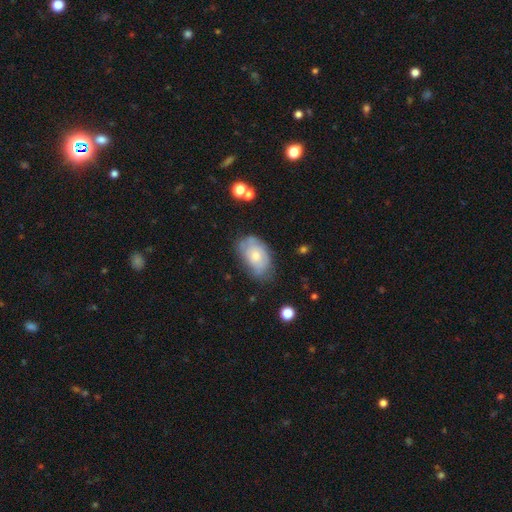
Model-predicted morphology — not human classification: Smooth or featured? Predicted: smooth (p=0.49). Merging? Predicted: none (p=0.59).